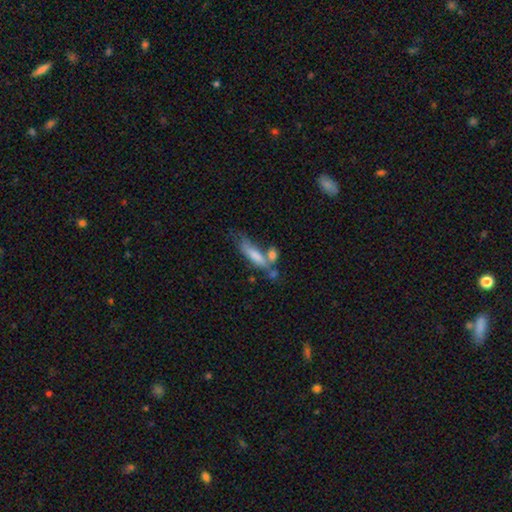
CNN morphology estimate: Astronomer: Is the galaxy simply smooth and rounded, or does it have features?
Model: smooth — 71%.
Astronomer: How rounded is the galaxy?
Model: cigar-shaped — 54% (runner-up: in between, 43%).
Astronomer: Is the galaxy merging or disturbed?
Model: merger — 39% (runner-up: none, 32%).